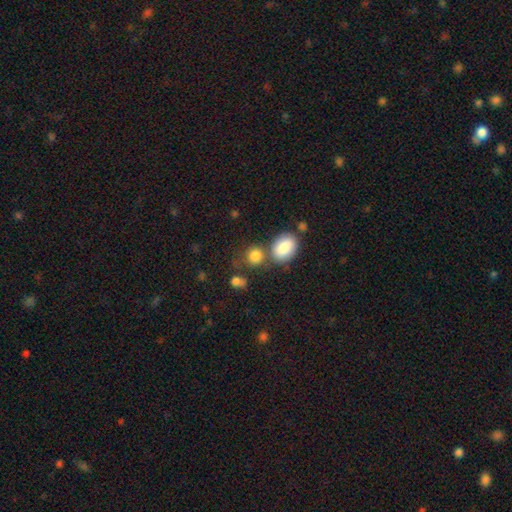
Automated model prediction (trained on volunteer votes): This is clearly a smooth galaxy (83%). How rounded: likely round (62%). Merging: possibly none (58%).